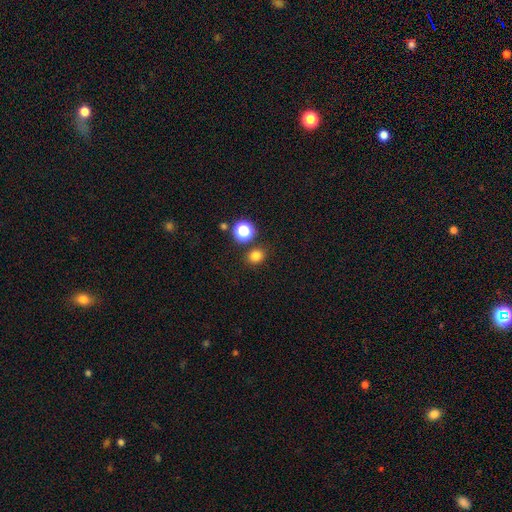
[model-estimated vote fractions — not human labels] Q: Smooth or featured?
A: smooth (79%); runner-up: star or artifact (17%)
Q: How rounded?
A: round (73%); runner-up: in between (26%)
Q: Merging?
A: none (83%); runner-up: minor disturbance (8%)